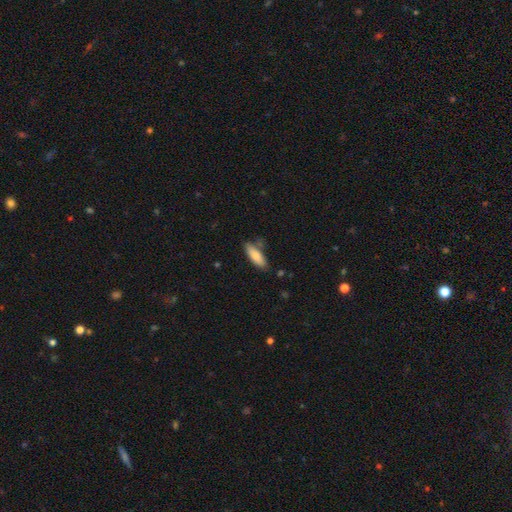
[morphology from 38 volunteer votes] A smooth galaxy with no disk features (82%) that is in between round and cigar-shaped (58%). Merging: none (69%).